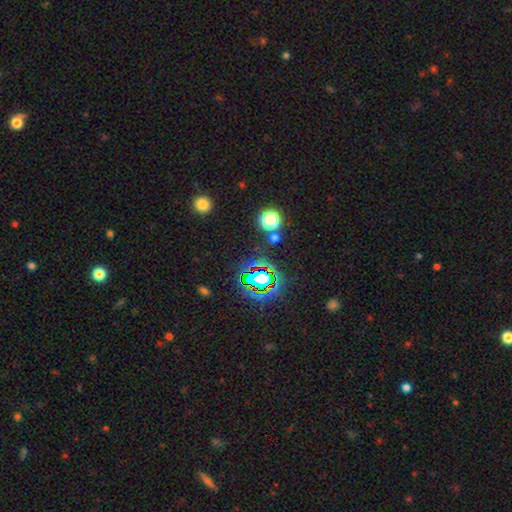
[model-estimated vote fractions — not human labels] A star or artifact, not a galaxy (75%).